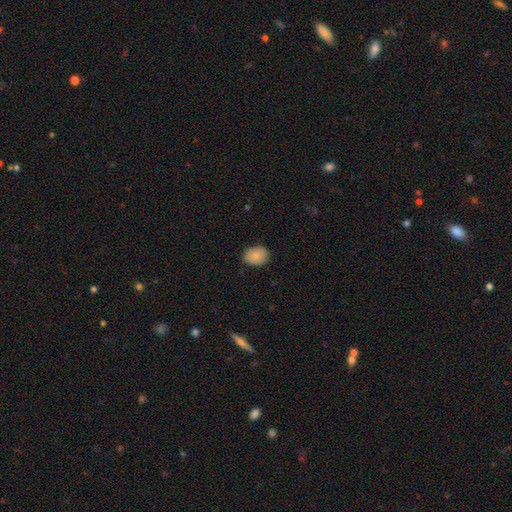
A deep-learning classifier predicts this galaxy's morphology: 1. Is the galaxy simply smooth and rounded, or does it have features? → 87% smooth, 7% star or artifact, 6% featured or disk.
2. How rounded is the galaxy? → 60% in between, 39% round, 1% cigar-shaped.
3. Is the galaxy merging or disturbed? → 82% none, 15% minor disturbance, 3% major disturbance, 1% merger.